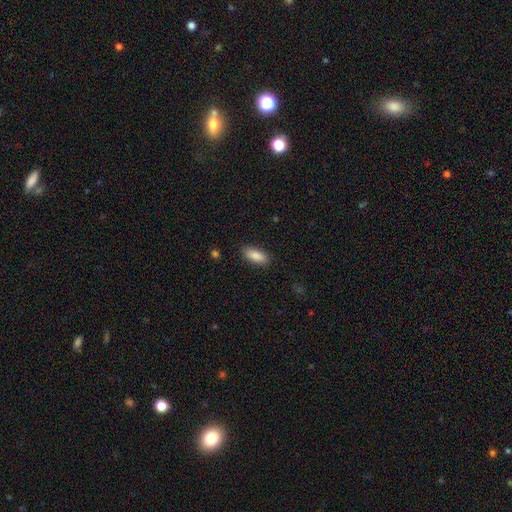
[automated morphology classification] This is clearly a smooth galaxy (88%). How rounded: clearly in between (81%). Merging: clearly none (87%).